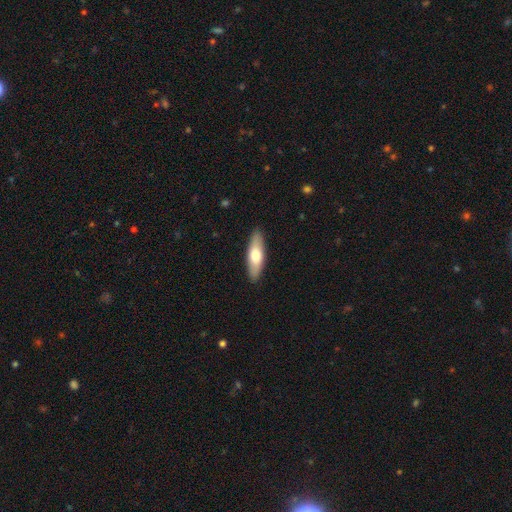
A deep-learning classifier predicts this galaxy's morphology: Smooth or featured: smooth — 66% (featured or disk — 29%)
How rounded: in between — 50% (cigar-shaped — 48%)
Merging: none — 89% (minor disturbance — 8%)